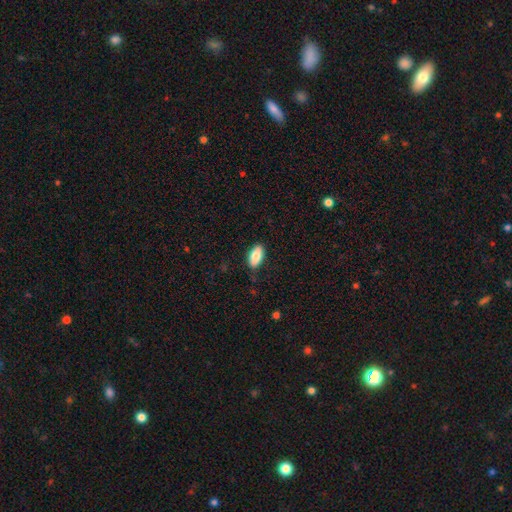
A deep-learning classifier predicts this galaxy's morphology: Smooth or featured?
  - smooth: 82% *
  - featured or disk: 12%
  - star or artifact: 7%
How rounded?
  - in between: 90% *
  - cigar-shaped: 7%
  - round: 3%
Merging?
  - none: 83% *
  - minor disturbance: 13%
  - major disturbance: 3%
  - merger: 1%